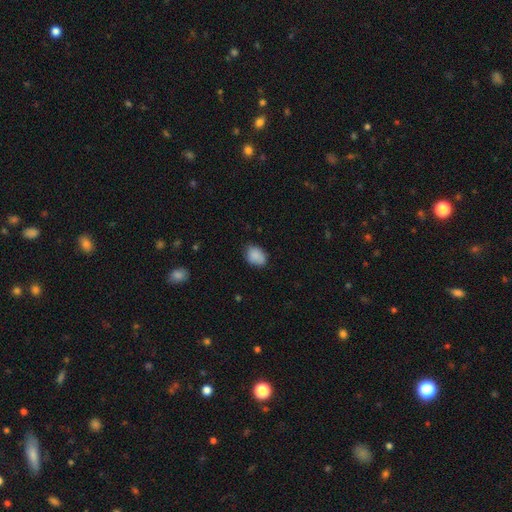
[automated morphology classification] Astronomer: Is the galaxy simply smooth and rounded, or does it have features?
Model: smooth — 88%.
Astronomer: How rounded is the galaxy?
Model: in between — 72%.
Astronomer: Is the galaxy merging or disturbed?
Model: none — 75%.